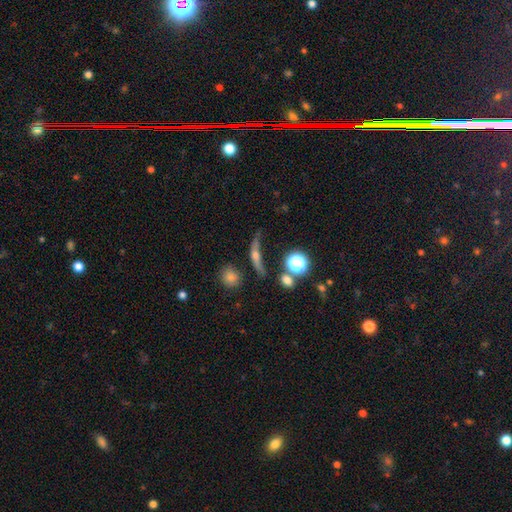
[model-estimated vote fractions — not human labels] smooth_or_featured: featured or disk (p=0.50) [alt: smooth p=0.34]
merging: none (p=0.56) [alt: minor disturbance p=0.22]